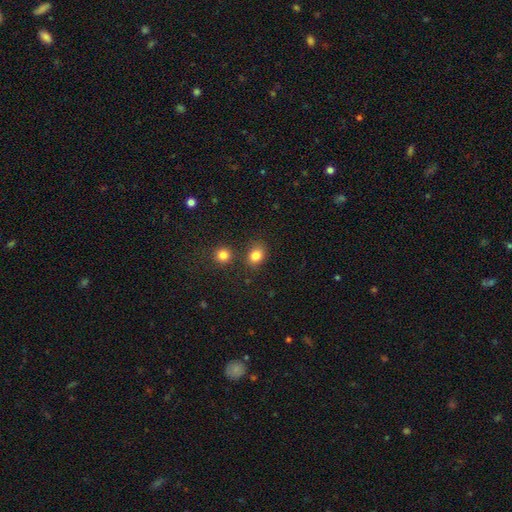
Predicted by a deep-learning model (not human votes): This is clearly a smooth galaxy (83%). How rounded: possibly round (54%). Merging: likely none (77%).